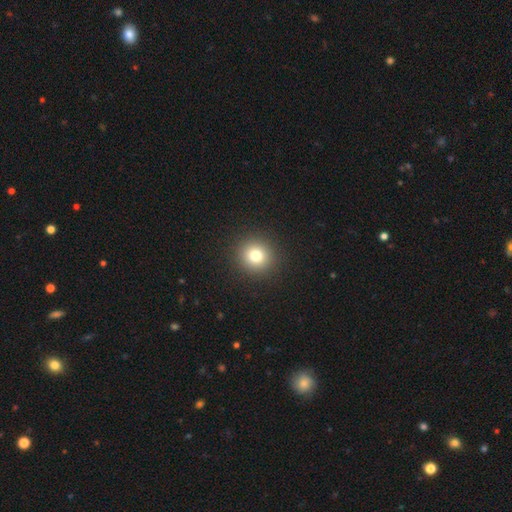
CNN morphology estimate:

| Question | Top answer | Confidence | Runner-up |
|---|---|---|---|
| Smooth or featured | smooth | 79% | star or artifact (13%) |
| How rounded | round | 93% | in between (6%) |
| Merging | none | 92% | minor disturbance (5%) |